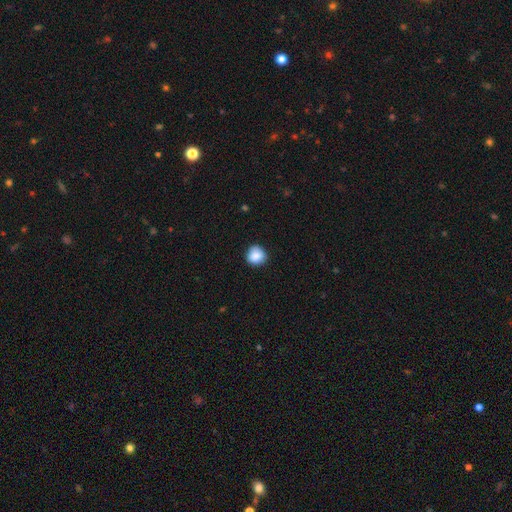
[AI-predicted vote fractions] Smooth or featured? Predicted: smooth (p=0.87). How rounded? Predicted: round (p=0.89). Merging? Predicted: none (p=0.82).